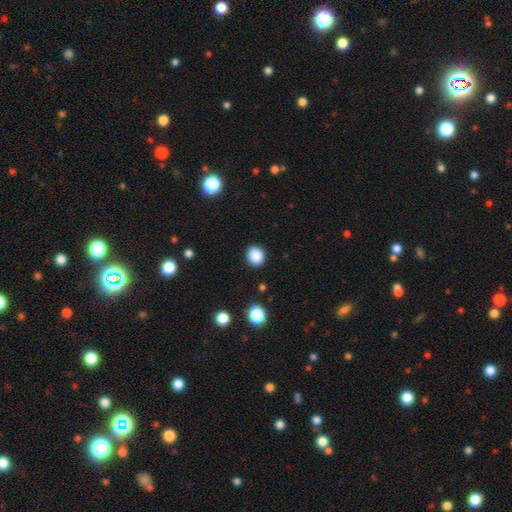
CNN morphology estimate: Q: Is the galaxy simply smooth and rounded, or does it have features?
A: smooth — 87%.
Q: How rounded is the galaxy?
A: round — 76%.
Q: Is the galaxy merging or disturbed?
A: none — 90%.